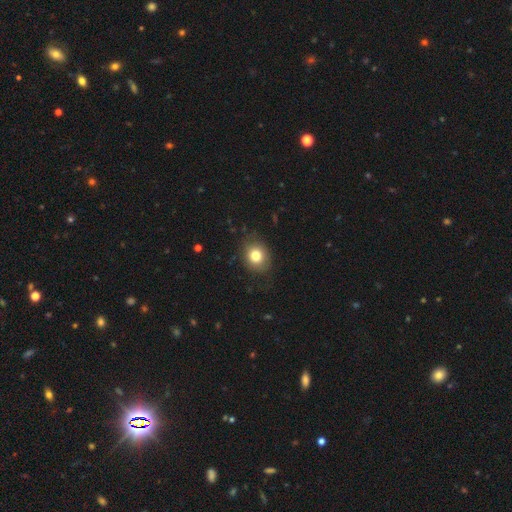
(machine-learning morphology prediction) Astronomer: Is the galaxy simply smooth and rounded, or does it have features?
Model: smooth — 80%.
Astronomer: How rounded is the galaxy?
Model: round — 59% (runner-up: in between, 40%).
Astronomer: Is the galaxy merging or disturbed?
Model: none — 80%.